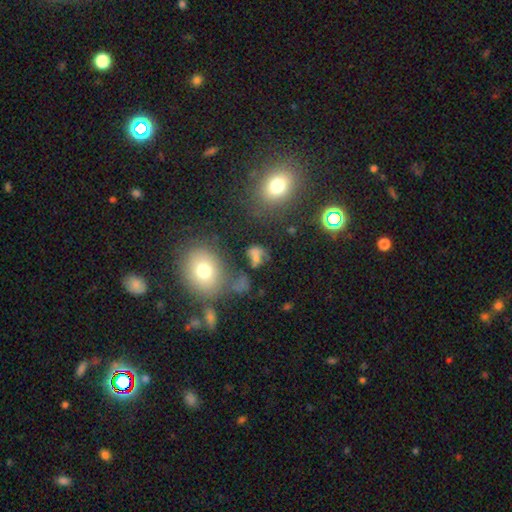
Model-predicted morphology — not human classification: A smooth galaxy with no disk features (54%) that is in between round and cigar-shaped (50%). Merging: none (41%).